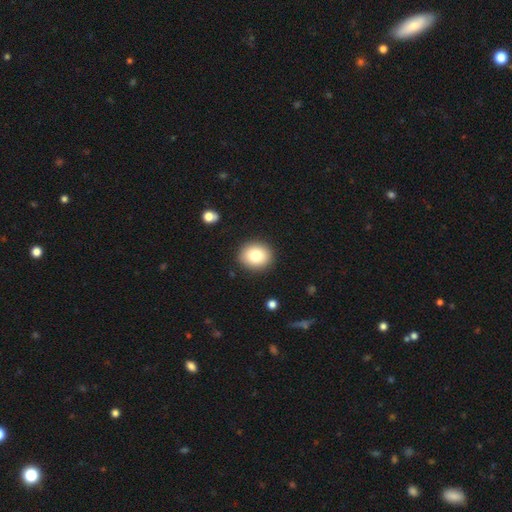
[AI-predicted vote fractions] A smooth galaxy with no disk features (80%) that is round (73%).

Vote fractions:
- Smooth or featured? smooth: 80% / featured or disk: 10% / star or artifact: 10%
- How rounded? round: 73% / in between: 26% / cigar-shaped: 1%
- Merging? none: 90% / minor disturbance: 7% / major disturbance: 2% / merger: 1%